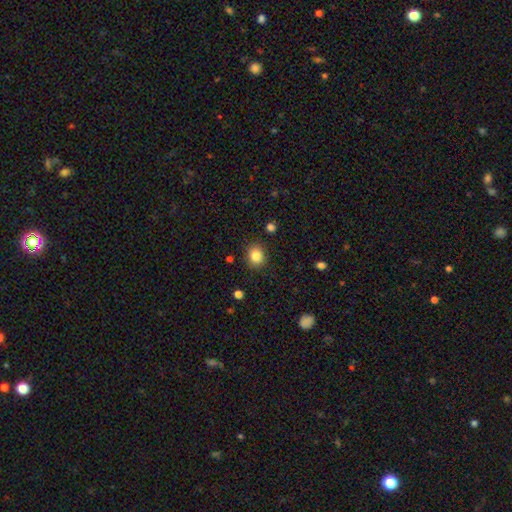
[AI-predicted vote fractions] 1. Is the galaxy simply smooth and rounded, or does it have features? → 85% smooth, 10% star or artifact, 5% featured or disk.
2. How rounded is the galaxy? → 67% round, 32% in between, 1% cigar-shaped.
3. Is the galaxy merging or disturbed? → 88% none, 8% minor disturbance, 2% major disturbance, 1% merger.